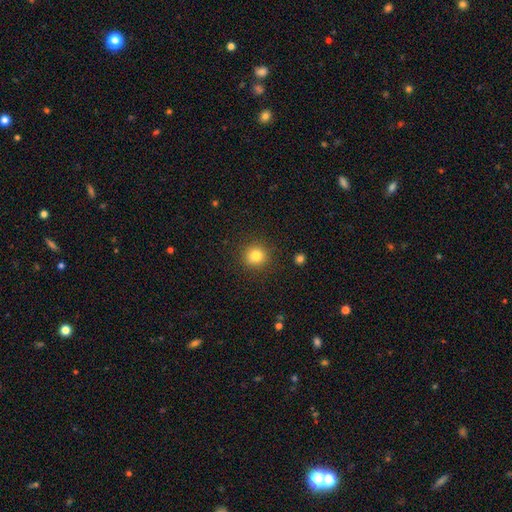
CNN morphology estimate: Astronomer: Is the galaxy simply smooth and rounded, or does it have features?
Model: smooth — 81%.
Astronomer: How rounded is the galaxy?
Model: round — 93%.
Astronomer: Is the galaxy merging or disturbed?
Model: none — 91%.